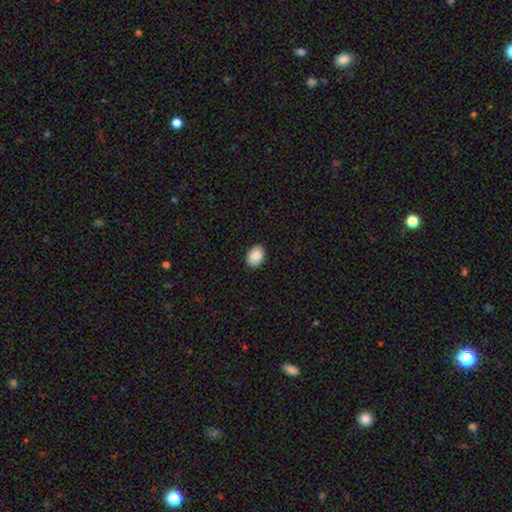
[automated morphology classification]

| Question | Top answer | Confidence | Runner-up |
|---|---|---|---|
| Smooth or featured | smooth | 90% | star or artifact (7%) |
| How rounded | in between | 73% | round (26%) |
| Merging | none | 90% | minor disturbance (8%) |